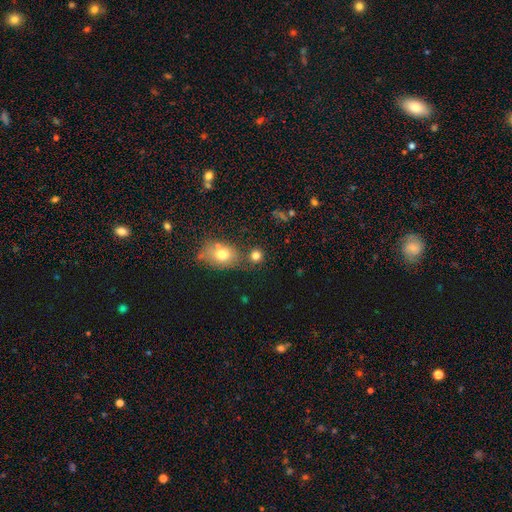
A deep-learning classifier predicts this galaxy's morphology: A smooth galaxy with no disk features (78%) that is round (81%). Merging: none (69%).